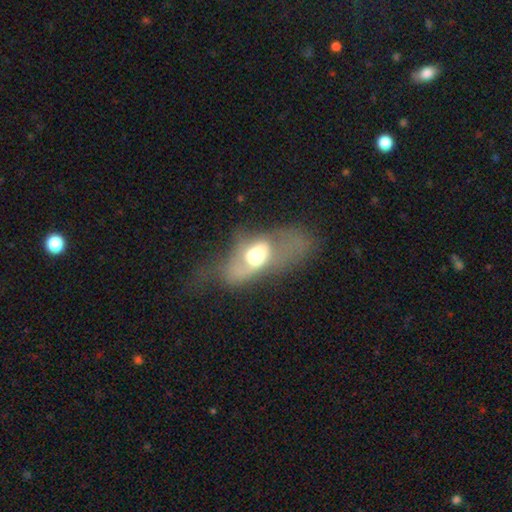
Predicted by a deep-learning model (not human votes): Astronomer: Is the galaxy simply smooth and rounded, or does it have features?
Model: featured or disk — 46% (runner-up: smooth, 44%).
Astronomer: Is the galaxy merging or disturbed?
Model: major disturbance — 51%.